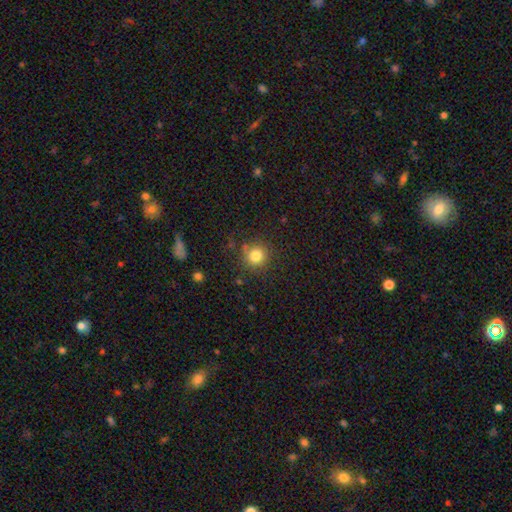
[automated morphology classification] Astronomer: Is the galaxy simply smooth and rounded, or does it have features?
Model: smooth — 80%.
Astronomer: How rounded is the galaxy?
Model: round — 92%.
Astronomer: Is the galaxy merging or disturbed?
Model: none — 83%.